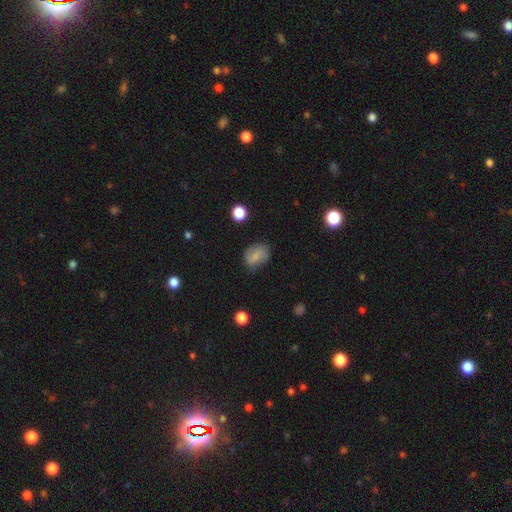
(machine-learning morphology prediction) Smooth or featured? Predicted: smooth (p=0.71). How rounded? Predicted: in between (p=0.69). Merging? Predicted: none (p=0.69).